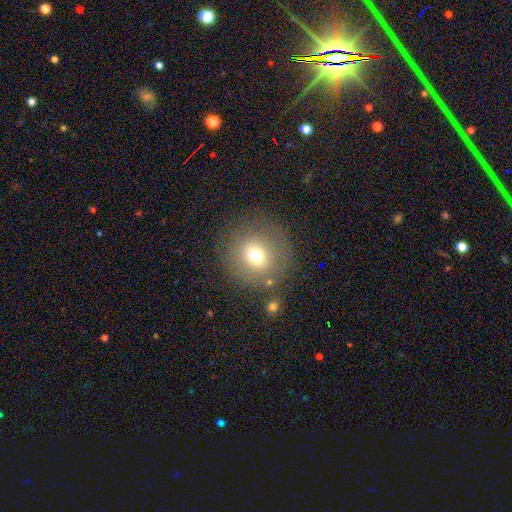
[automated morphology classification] Smooth or featured? smooth (69%)
How rounded? round (91%)
Merging? none (79%)